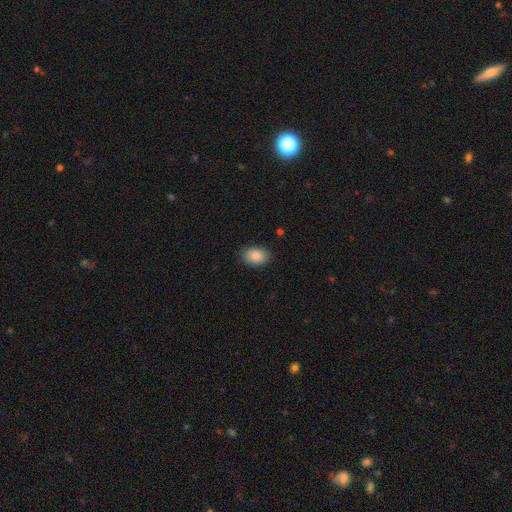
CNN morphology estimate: This is clearly a smooth galaxy (88%). How rounded: clearly in between (80%). Merging: clearly none (86%).